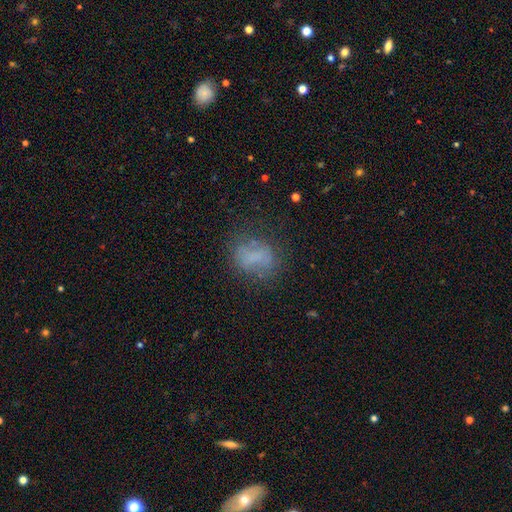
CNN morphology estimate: The model was most divided on "how rounded": in between: 58%, round: 39%, cigar-shaped: 3%. More confident: merging — none (64%); smooth or featured — smooth (58%).